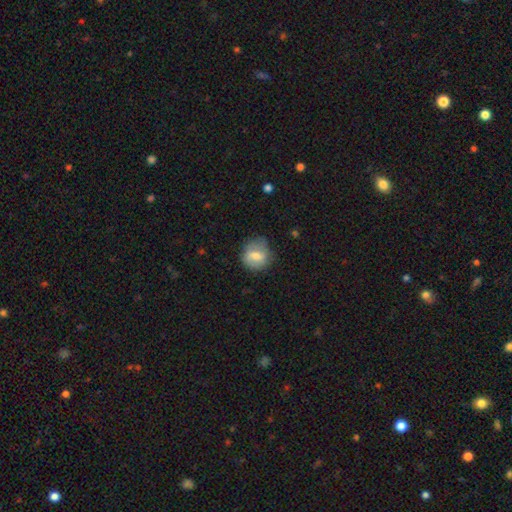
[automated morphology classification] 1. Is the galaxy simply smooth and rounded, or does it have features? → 59% smooth, 34% featured or disk, 7% star or artifact.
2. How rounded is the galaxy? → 76% round, 23% in between, 1% cigar-shaped.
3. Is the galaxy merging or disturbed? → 63% none, 26% minor disturbance, 9% major disturbance, 2% merger.